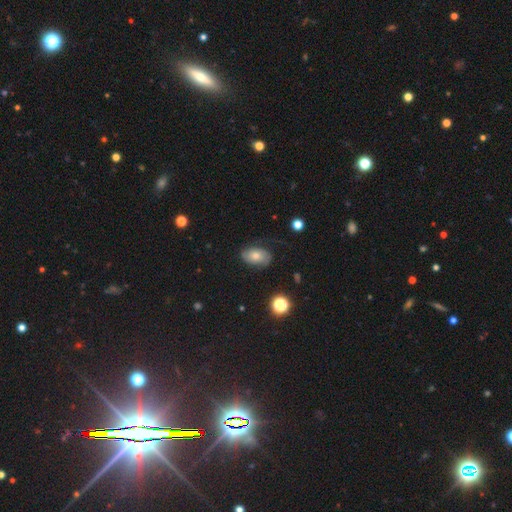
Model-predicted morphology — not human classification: This appears to be a smooth galaxy with no disk features (57%) that is in between round and cigar-shaped (87%). Merging: none (66%).